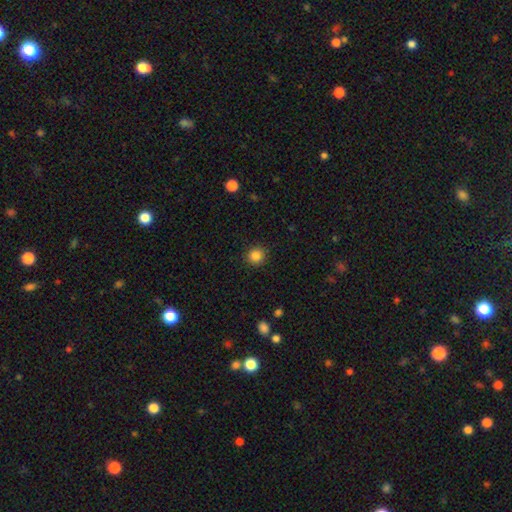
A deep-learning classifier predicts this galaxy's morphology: This is clearly a smooth galaxy (84%). How rounded: clearly round (93%). Merging: clearly none (91%).